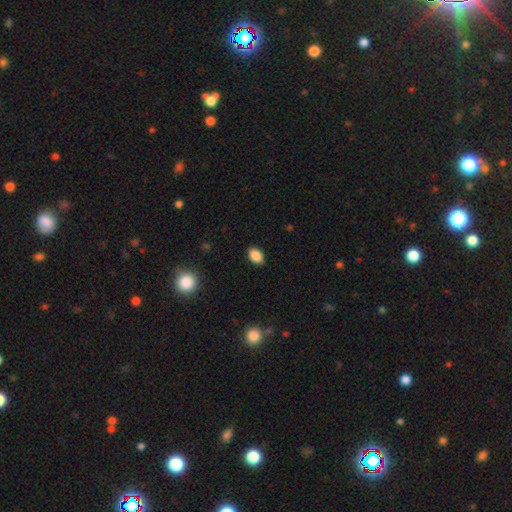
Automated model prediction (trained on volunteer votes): Overall: smooth (87%). How rounded: in between (86%). Merging: none (88%).